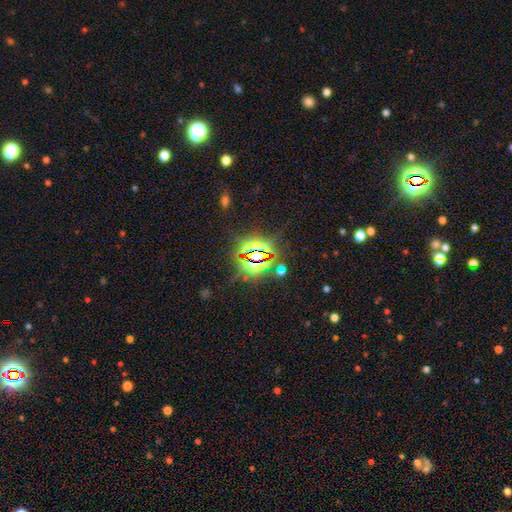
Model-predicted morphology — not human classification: Smooth or featured?
  - star or artifact: 79% *
  - smooth: 12%
  - featured or disk: 8%